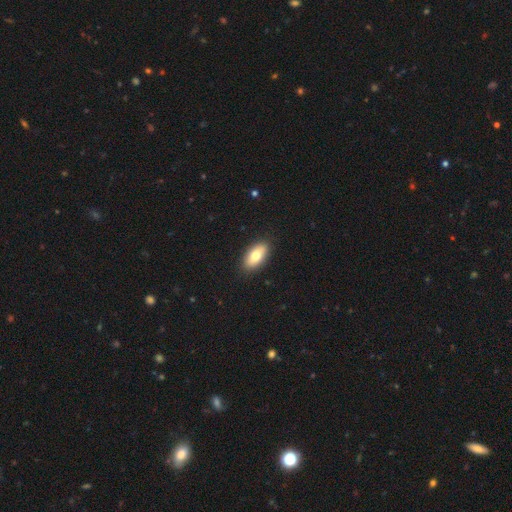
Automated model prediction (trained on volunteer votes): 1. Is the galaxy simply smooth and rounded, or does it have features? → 76% smooth, 18% featured or disk, 7% star or artifact.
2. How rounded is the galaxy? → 91% in between, 6% cigar-shaped, 3% round.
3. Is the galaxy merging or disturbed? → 89% none, 8% minor disturbance, 2% major disturbance, 1% merger.